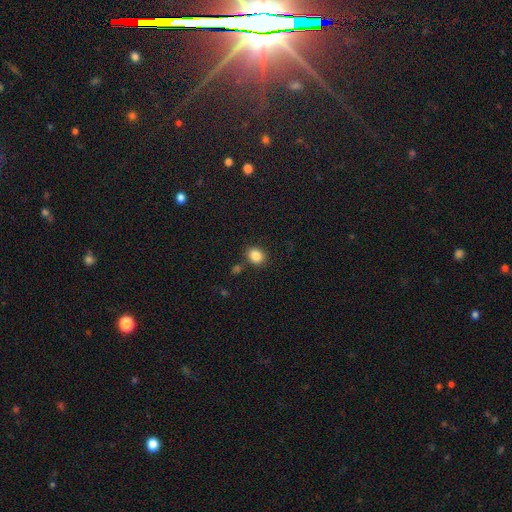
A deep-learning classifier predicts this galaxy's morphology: smooth-or-featured: smooth: 85% | star or artifact: 10% | featured or disk: 5%
  how-rounded: round: 57% | in between: 42% | cigar-shaped: 1%
  merging: none: 83% | minor disturbance: 9% | merger: 5% | major disturbance: 3%